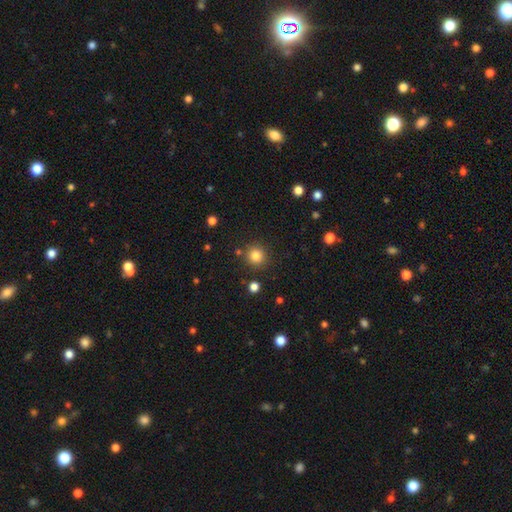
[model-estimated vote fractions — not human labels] Overall: smooth (83%). How rounded: round (93%). Merging: none (86%).